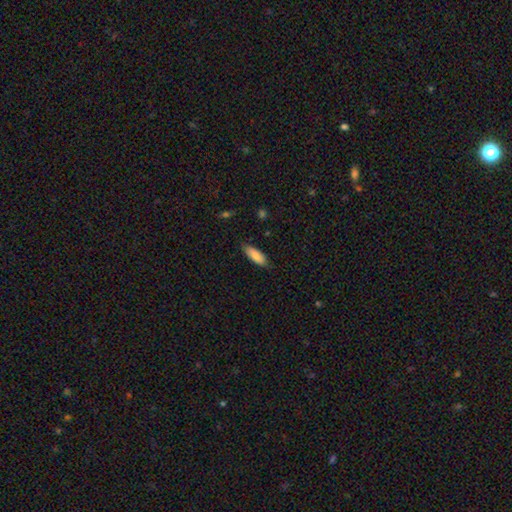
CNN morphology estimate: The model was most divided on "how rounded": in between: 68%, cigar-shaped: 30%, round: 2%. More confident: smooth or featured — smooth (85%); merging — none (81%).